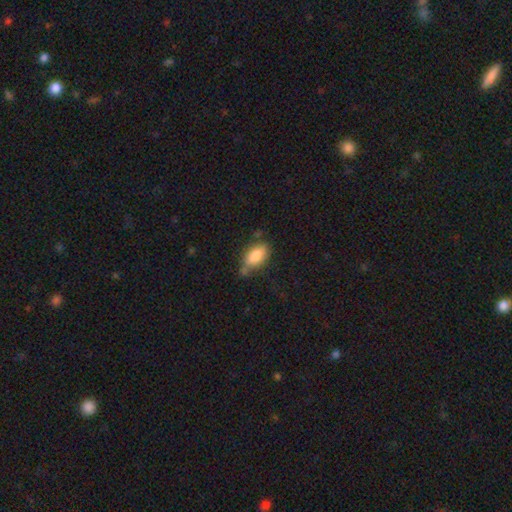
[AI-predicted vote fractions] Overall: smooth (81%). How rounded: in between (89%). Merging: none (55%; minor disturbance 28%).